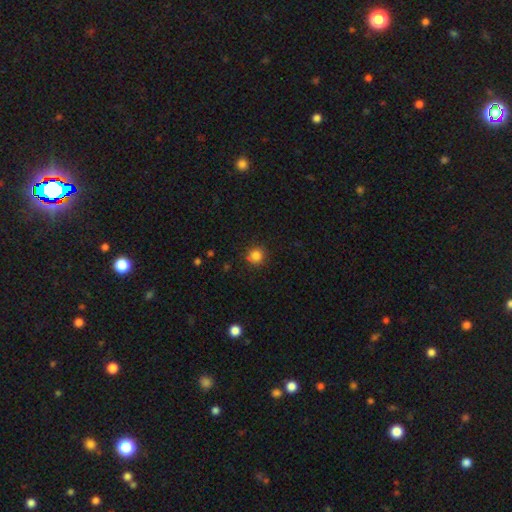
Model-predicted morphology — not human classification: smooth_or_featured: smooth (p=0.83) [alt: star or artifact p=0.12]
how_rounded: round (p=0.92) [alt: in between p=0.07]
merging: none (p=0.86) [alt: minor disturbance p=0.10]